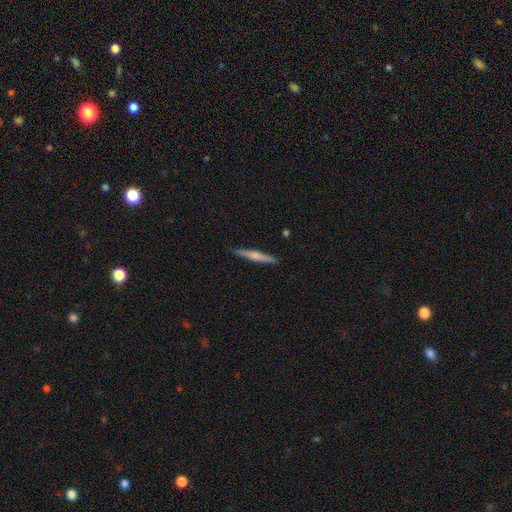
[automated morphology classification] Smooth or featured? smooth (52%)
How rounded? cigar-shaped (95%)
Merging? none (91%)